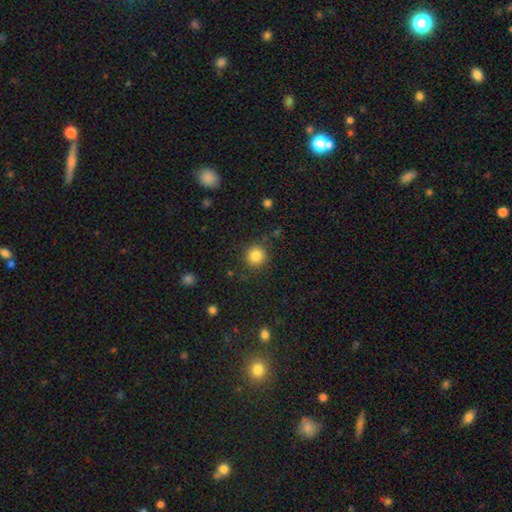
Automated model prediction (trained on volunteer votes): Overall: smooth (84%). How rounded: round (93%). Merging: none (87%).